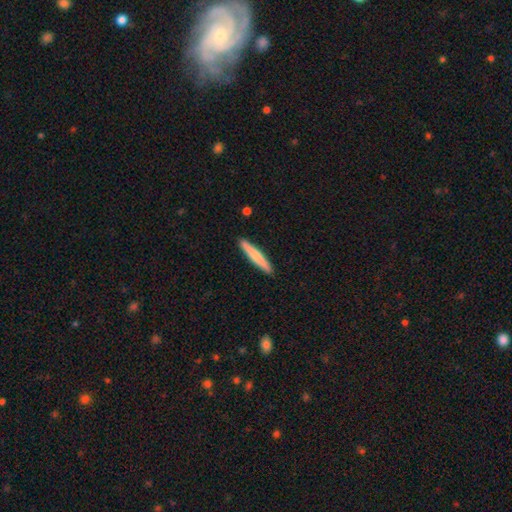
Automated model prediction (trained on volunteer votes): Smooth or featured? smooth (71%)
How rounded? cigar-shaped (95%)
Merging? none (91%)